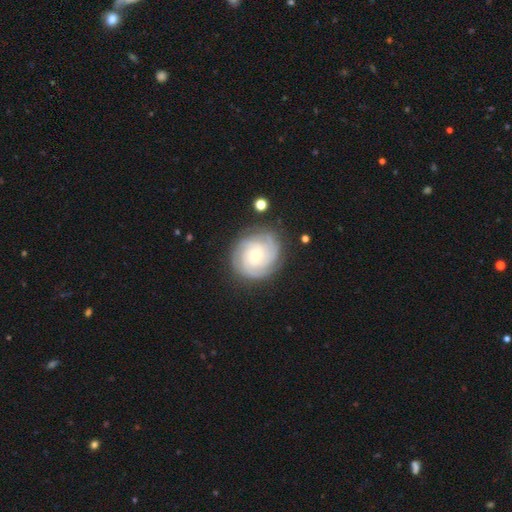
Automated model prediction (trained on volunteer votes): Smooth or featured? Predicted: featured or disk (p=0.83). Edge-on disk? Predicted: no (p=0.98). Bar? Predicted: no (p=0.79). Spiral arms? Predicted: yes (p=0.96). Spiral winding? Predicted: tight (p=0.79). Spiral arm count? Predicted: 3 (p=0.28). Bulge size? Predicted: small (p=0.50). Merging? Predicted: none (p=0.81).